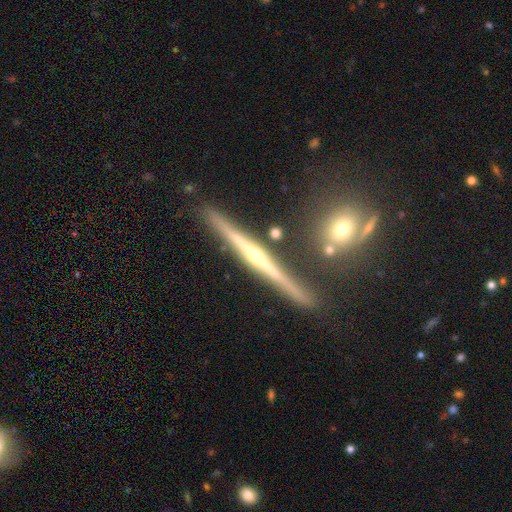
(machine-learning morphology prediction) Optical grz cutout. It shows a featured or disk galaxy (82%) viewed edge-on (98%) with a rounded central bulge (76%). Merging: none (88%).